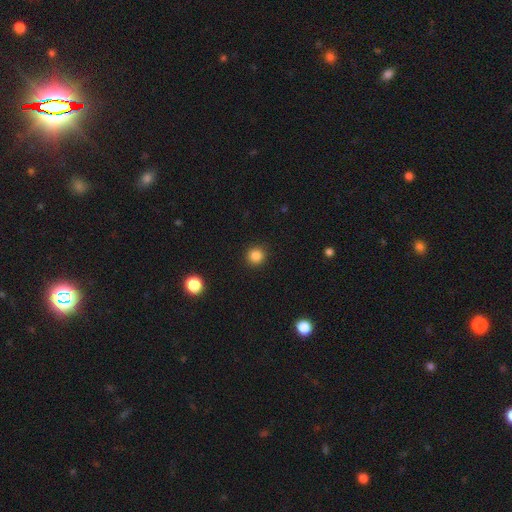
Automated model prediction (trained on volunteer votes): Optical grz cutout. It shows a smooth galaxy with no disk features (85%) that is round (93%). Merging: none (92%).